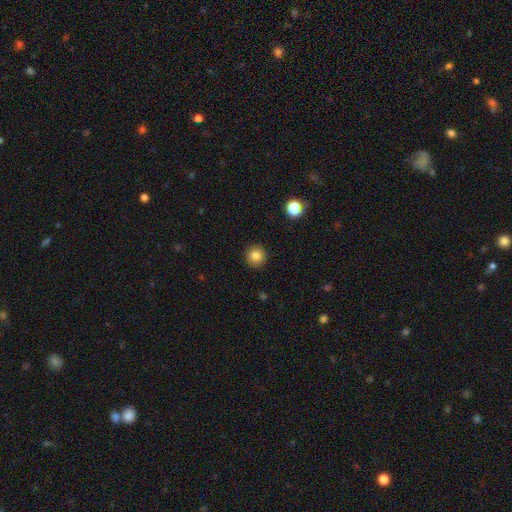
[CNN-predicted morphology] type=smooth (83%); roundness=round (94%); merging=none (92%).